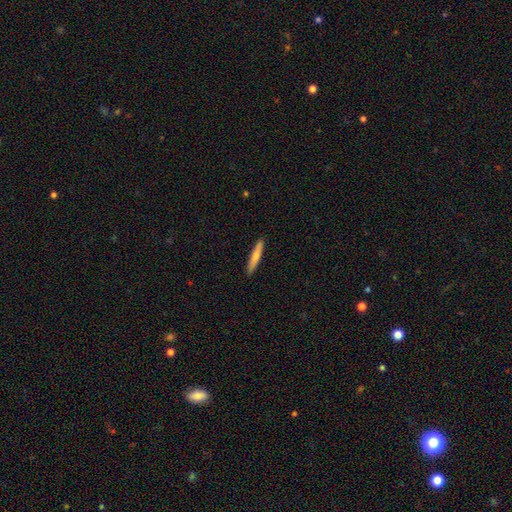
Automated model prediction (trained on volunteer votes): Smooth or featured? Predicted: smooth (p=0.68). How rounded? Predicted: cigar-shaped (p=0.93). Merging? Predicted: none (p=0.91).